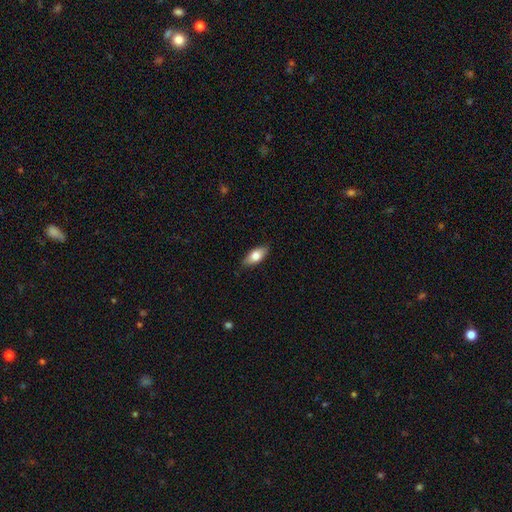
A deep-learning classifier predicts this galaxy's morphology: Smooth or featured? smooth (74%)
How rounded? in between (86%)
Merging? none (87%)